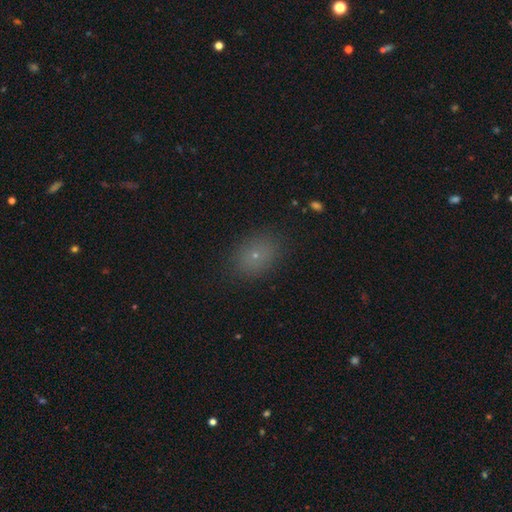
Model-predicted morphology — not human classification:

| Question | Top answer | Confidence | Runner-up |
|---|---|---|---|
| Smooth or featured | smooth | 70% | star or artifact (17%) |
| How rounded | in between | 62% | round (37%) |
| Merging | none | 84% | minor disturbance (11%) |